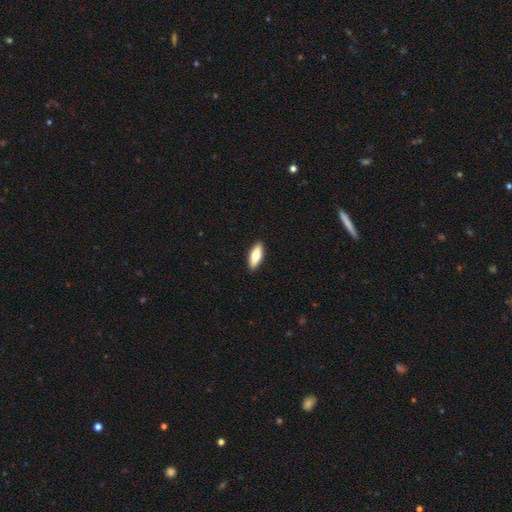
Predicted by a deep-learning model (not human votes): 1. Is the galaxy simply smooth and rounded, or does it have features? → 71% smooth, 23% featured or disk, 6% star or artifact.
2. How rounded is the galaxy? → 69% in between, 29% cigar-shaped, 2% round.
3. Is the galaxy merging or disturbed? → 91% none, 6% minor disturbance, 1% major disturbance, 1% merger.